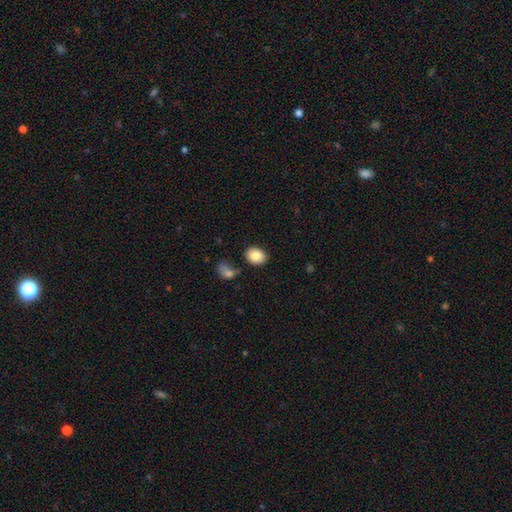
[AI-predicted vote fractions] This appears to be a smooth galaxy with no disk features (87%) that is in between round and cigar-shaped (58%). Merging: none (79%).